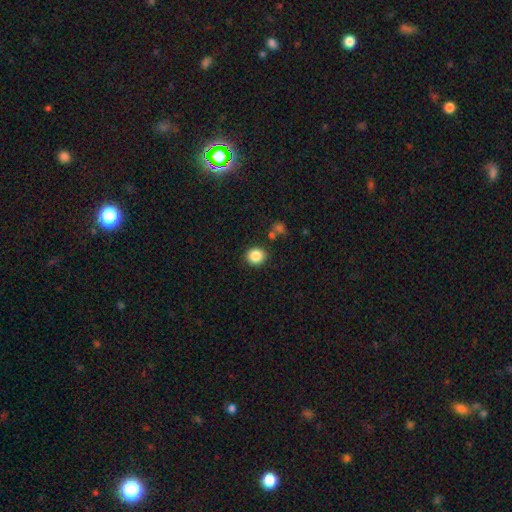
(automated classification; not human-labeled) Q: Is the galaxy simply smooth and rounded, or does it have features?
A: smooth — 87%.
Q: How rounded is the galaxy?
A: round — 86%.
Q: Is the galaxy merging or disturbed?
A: none — 86%.